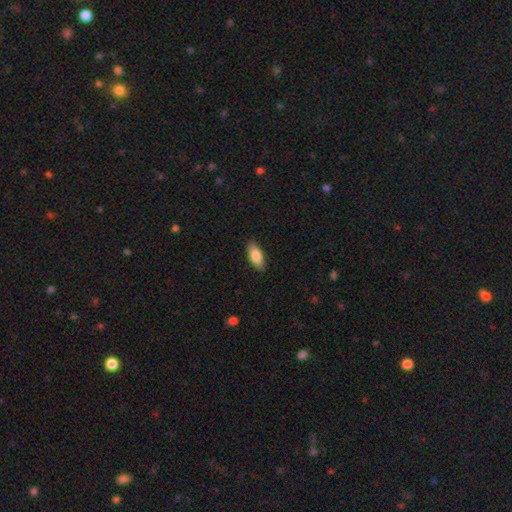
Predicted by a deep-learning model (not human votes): A smooth galaxy with no disk features (82%) that is in between round and cigar-shaped (86%). Merging: none (88%).